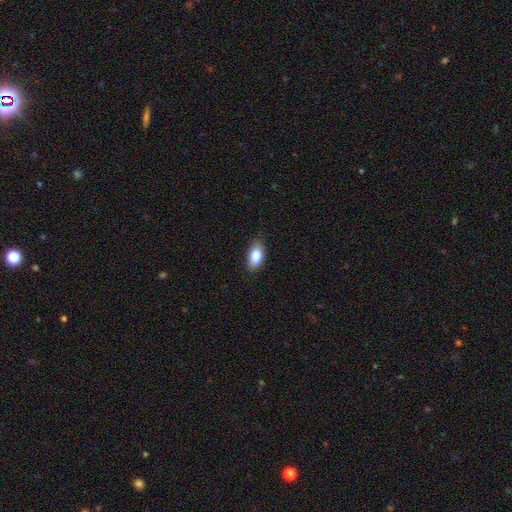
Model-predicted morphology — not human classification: Q: Smooth or featured?
A: smooth (82%); runner-up: featured or disk (10%)
Q: How rounded?
A: in between (91%); runner-up: round (5%)
Q: Merging?
A: none (83%); runner-up: minor disturbance (13%)